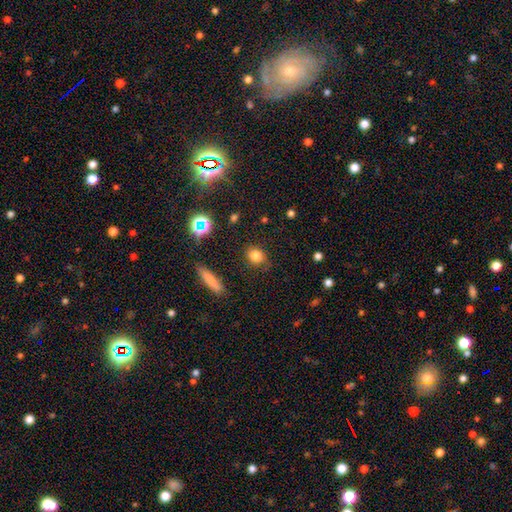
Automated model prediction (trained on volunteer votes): smooth 79%, star or artifact 14%, featured or disk 7%. Down the decision tree: how rounded — round (71%); merging — none (84%).